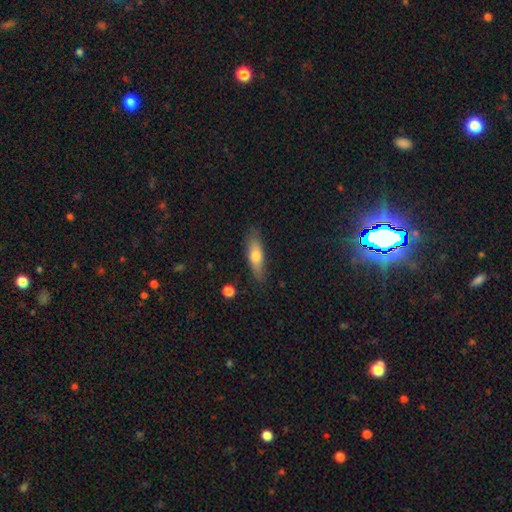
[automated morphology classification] Smooth or featured? Predicted: smooth (p=0.67). How rounded? Predicted: cigar-shaped (p=0.55). Merging? Predicted: none (p=0.79).